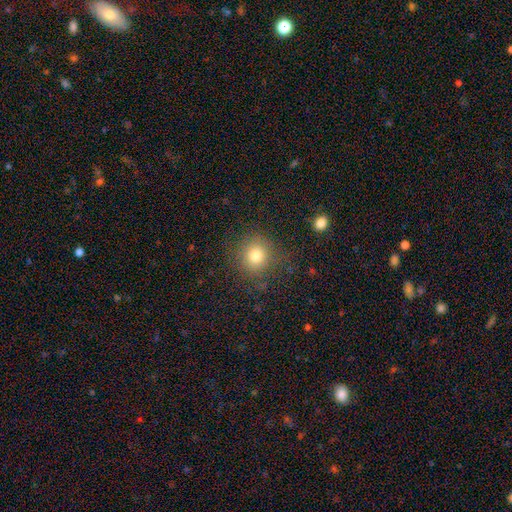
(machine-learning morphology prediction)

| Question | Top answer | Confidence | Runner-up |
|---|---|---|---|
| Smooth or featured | smooth | 78% | star or artifact (13%) |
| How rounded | round | 89% | in between (10%) |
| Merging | none | 82% | minor disturbance (11%) |